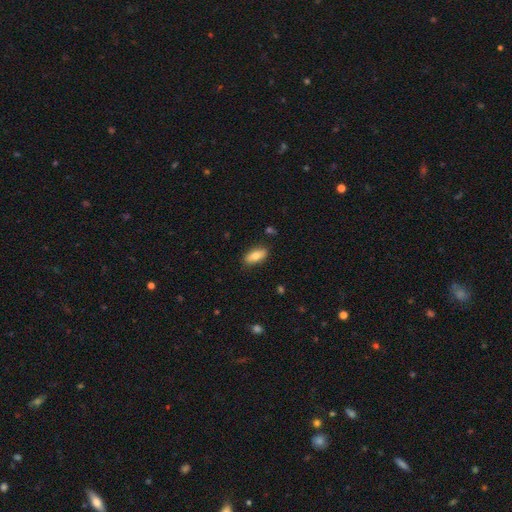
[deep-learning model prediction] smooth-or-featured: smooth: 77% | featured or disk: 17% | star or artifact: 7%
  how-rounded: in between: 82% | cigar-shaped: 15% | round: 3%
  merging: none: 85% | minor disturbance: 11% | major disturbance: 2% | merger: 2%